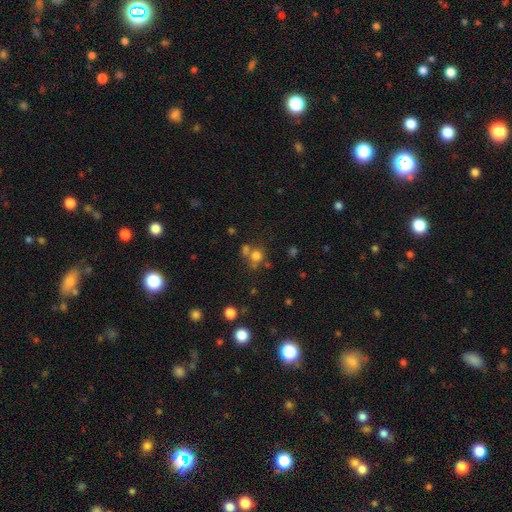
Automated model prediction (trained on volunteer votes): smooth_or_featured: smooth (p=0.70) [alt: star or artifact p=0.18]
how_rounded: round (p=0.81) [alt: in between p=0.18]
merging: none (p=0.50) [alt: merger p=0.32]